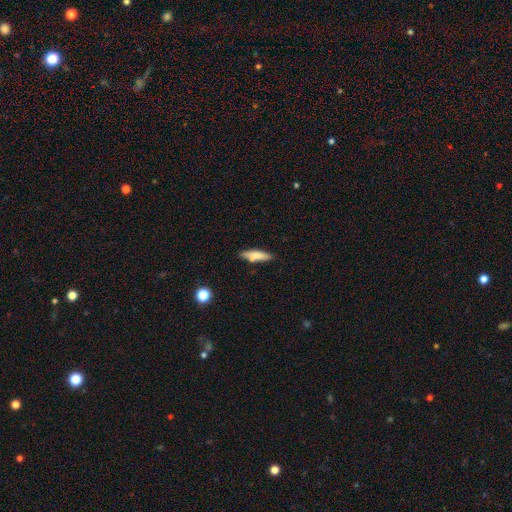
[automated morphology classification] smooth_or_featured: smooth (p=0.71) [alt: featured or disk p=0.22]
how_rounded: cigar-shaped (p=0.66) [alt: in between p=0.32]
merging: none (p=0.75) [alt: minor disturbance p=0.15]